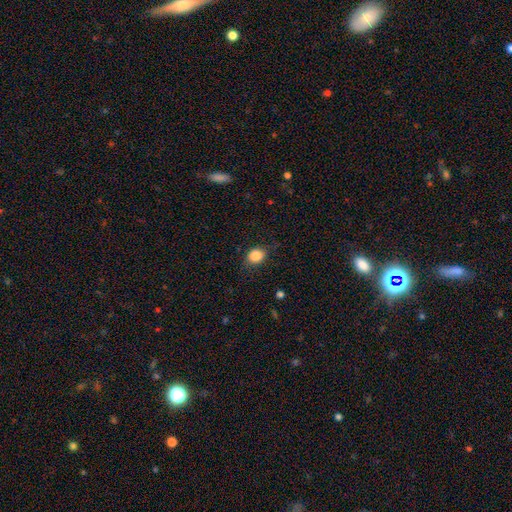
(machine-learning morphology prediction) smooth 85%, star or artifact 9%, featured or disk 6%. Down the decision tree: how rounded — round (56%); merging — none (78%).